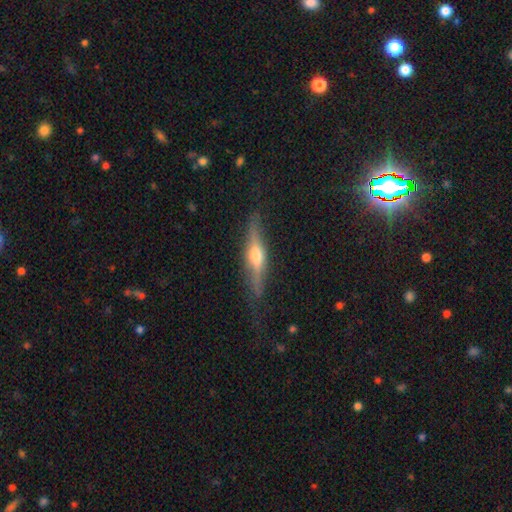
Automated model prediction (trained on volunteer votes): Smooth or featured: featured or disk — 66% (smooth — 28%)
Edge-on disk: yes — 94% (no — 6%)
Edge-on bulge: rounded — 90% (boxy — 6%)
Merging: none — 82% (minor disturbance — 14%)